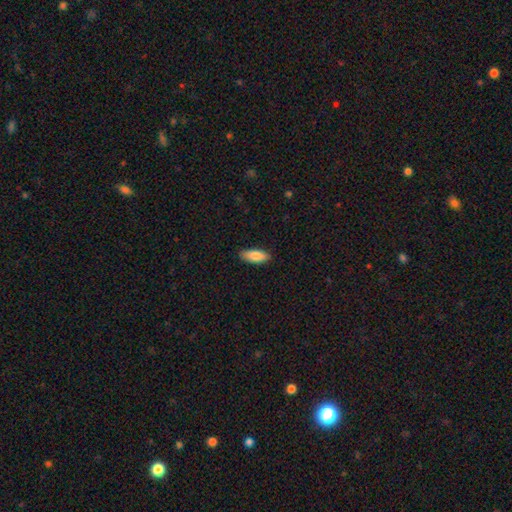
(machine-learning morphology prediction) A smooth galaxy with no disk features (86%) that is in between round and cigar-shaped (77%). Merging: none (87%).